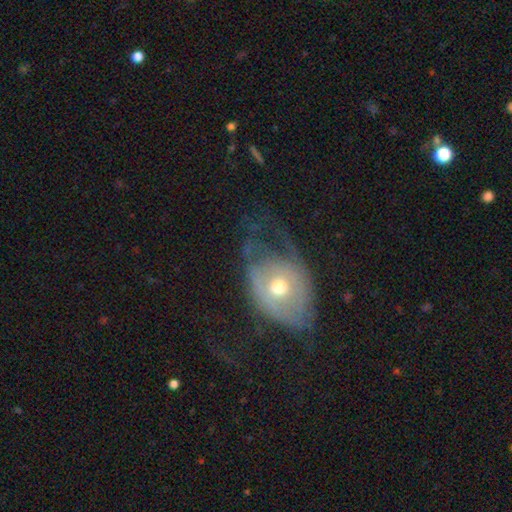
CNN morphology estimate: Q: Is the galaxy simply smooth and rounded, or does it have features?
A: featured or disk — 51%.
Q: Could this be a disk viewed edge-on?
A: no — 92%.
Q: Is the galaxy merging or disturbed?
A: major disturbance — 42%.